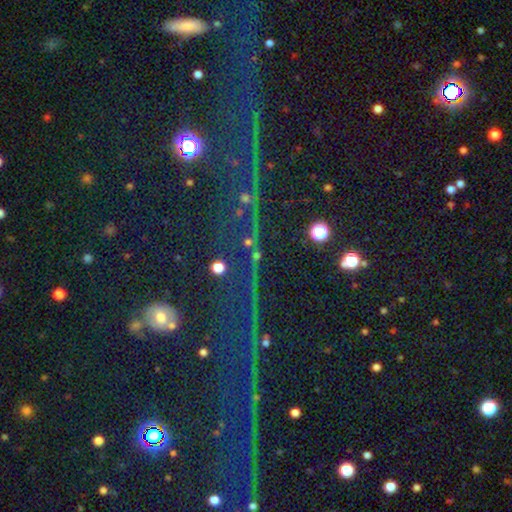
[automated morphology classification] smooth_or_featured: star or artifact (p=0.70) [alt: smooth p=0.17]